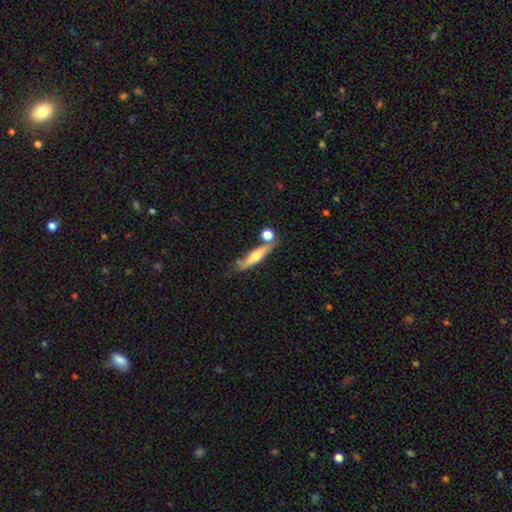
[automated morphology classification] smooth_or_featured: featured or disk (p=0.50) [alt: smooth p=0.43]
disk_edge_on: yes (p=0.87) [alt: no p=0.13]
merging: none (p=0.59) [alt: minor disturbance p=0.18]